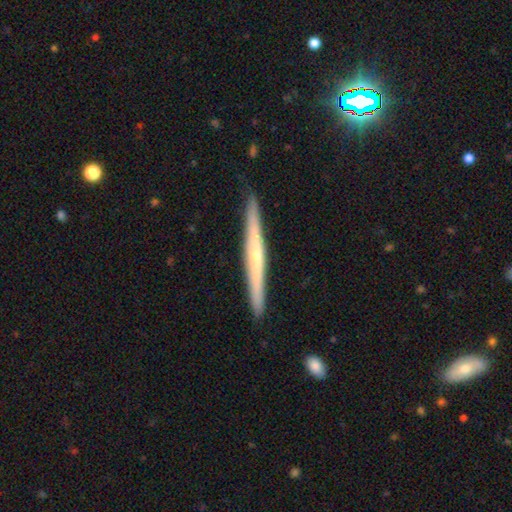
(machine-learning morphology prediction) smooth_or_featured: featured or disk (p=0.59) [alt: smooth p=0.35]
disk_edge_on: yes (p=0.96) [alt: no p=0.04]
edge_on_bulge: rounded (p=0.53) [alt: none p=0.41]
merging: none (p=0.88) [alt: minor disturbance p=0.08]